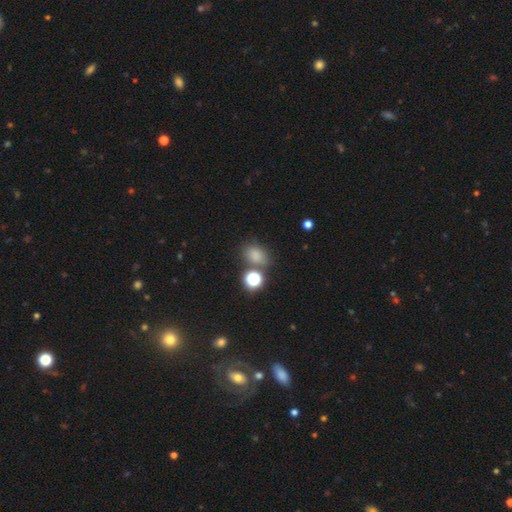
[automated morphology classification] Smooth or featured? smooth (76%)
How rounded? in between (62%)
Merging? none (64%)